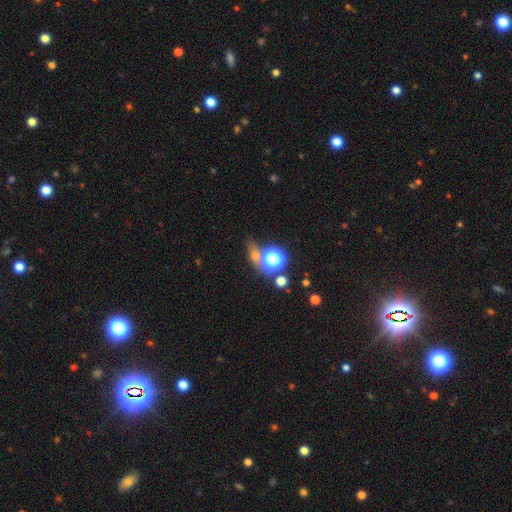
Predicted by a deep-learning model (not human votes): Morphology: type=star or artifact (49%).